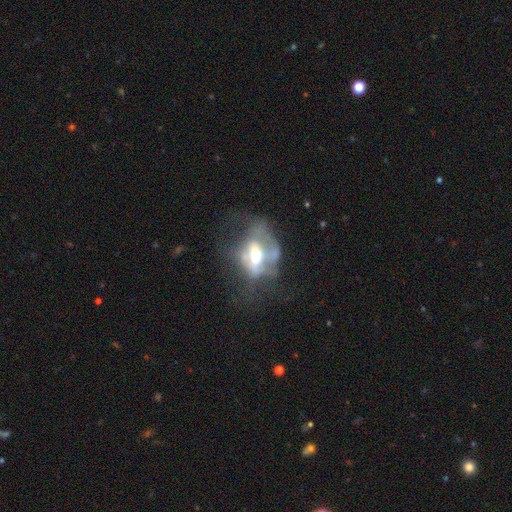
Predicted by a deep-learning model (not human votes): smooth-or-featured: featured or disk: 62% | smooth: 27% | star or artifact: 11%
  disk-edge-on: no: 90% | yes: 10%
    bar: no: 46% | weak: 30% | strong: 24%
    has-spiral-arms: no: 76% | yes: 24%
    bulge-size: moderate: 58% | large: 23% | small: 13% | none: 3% | dominant: 3%
  merging: major disturbance: 47% | none: 24% | minor disturbance: 18% | merger: 11%